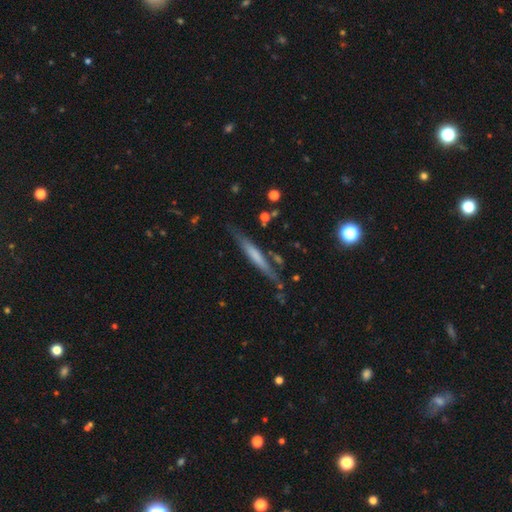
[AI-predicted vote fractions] Morphology: type=featured or disk (48%); merging=none (78%).